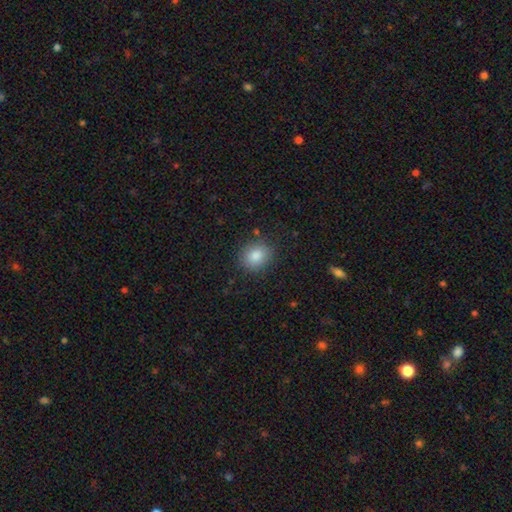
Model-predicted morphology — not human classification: Smooth or featured: smooth — 84% (star or artifact — 10%)
How rounded: round — 71% (in between — 28%)
Merging: none — 86% (minor disturbance — 9%)